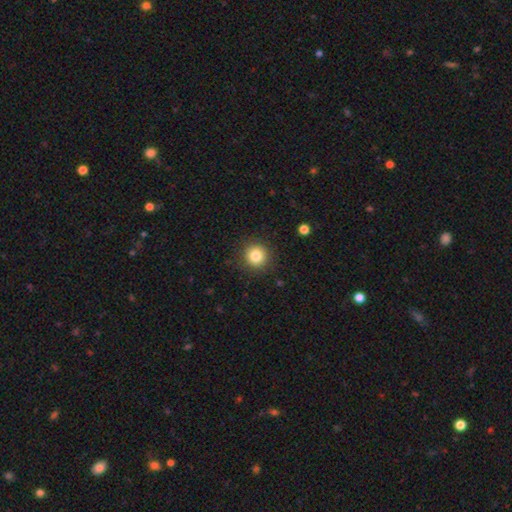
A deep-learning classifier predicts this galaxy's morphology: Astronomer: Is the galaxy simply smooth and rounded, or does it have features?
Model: smooth — 82%.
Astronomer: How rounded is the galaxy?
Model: round — 94%.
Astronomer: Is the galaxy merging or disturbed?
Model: none — 90%.